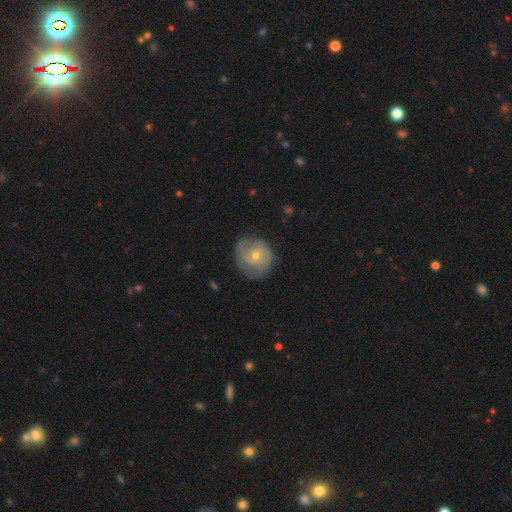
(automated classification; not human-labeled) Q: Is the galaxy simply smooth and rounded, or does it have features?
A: featured or disk — 63%.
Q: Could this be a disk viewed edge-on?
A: no — 97%.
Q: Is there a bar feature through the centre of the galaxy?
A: no — 76%.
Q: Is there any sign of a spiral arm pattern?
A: yes — 77%.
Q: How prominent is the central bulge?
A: small — 56%.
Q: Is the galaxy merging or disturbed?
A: none — 71%.